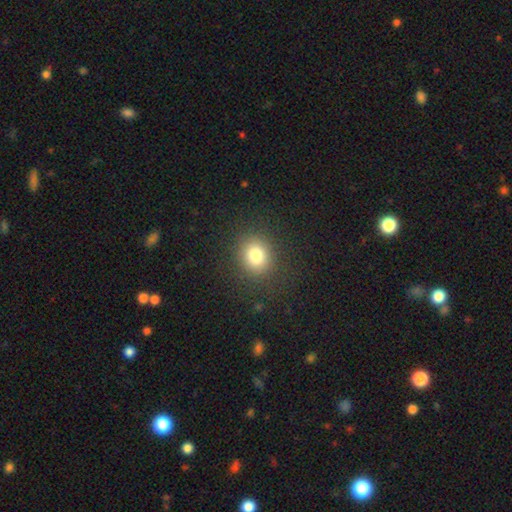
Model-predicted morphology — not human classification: smooth-or-featured: smooth: 79% | star or artifact: 13% | featured or disk: 8%
  how-rounded: round: 77% | in between: 22% | cigar-shaped: 1%
  merging: none: 88% | minor disturbance: 7% | major disturbance: 4% | merger: 1%